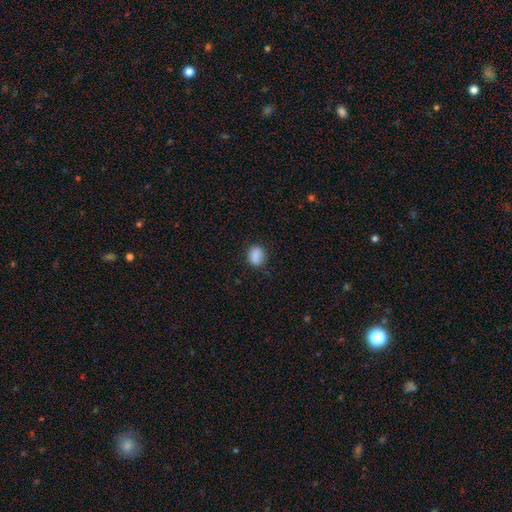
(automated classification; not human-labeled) smooth 86%, star or artifact 9%, featured or disk 5%. Down the decision tree: how rounded — in between (52%); merging — none (80%).